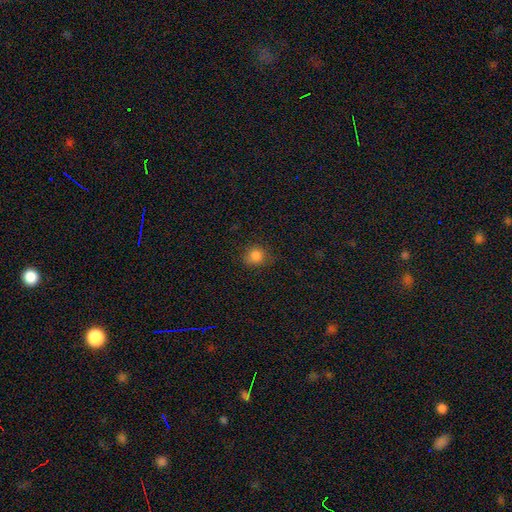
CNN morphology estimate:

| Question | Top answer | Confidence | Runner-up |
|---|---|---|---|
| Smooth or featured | smooth | 84% | star or artifact (12%) |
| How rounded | round | 84% | in between (15%) |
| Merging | none | 81% | minor disturbance (14%) |